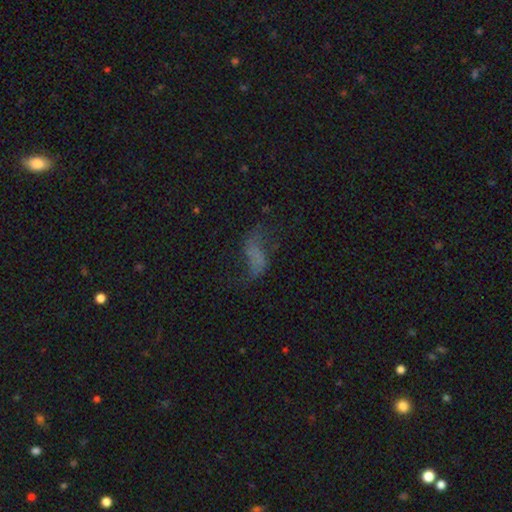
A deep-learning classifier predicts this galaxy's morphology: This is possibly a featured or disk galaxy (51%). It is clearly not viewed edge-on (94%). Merging: possibly none (51%).